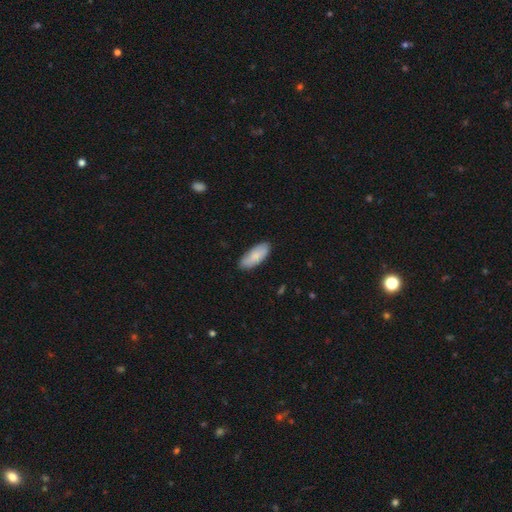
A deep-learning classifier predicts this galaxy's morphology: Smooth or featured: smooth — 82% (featured or disk — 13%)
How rounded: in between — 80% (cigar-shaped — 19%)
Merging: none — 84% (minor disturbance — 13%)